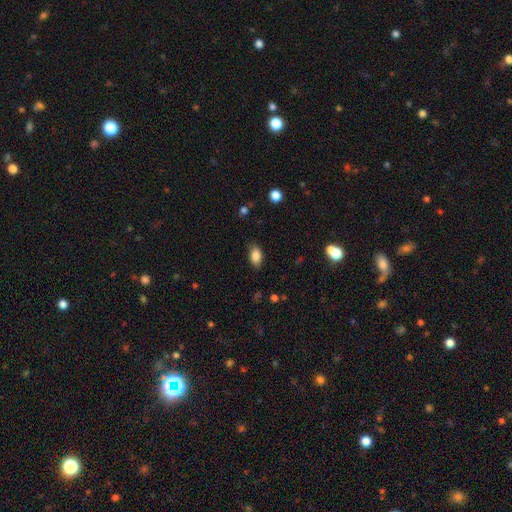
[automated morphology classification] Smooth or featured?
  - smooth: 85% *
  - star or artifact: 9%
  - featured or disk: 6%
How rounded?
  - in between: 89% *
  - round: 9%
  - cigar-shaped: 2%
Merging?
  - none: 79% *
  - minor disturbance: 16%
  - major disturbance: 4%
  - merger: 1%